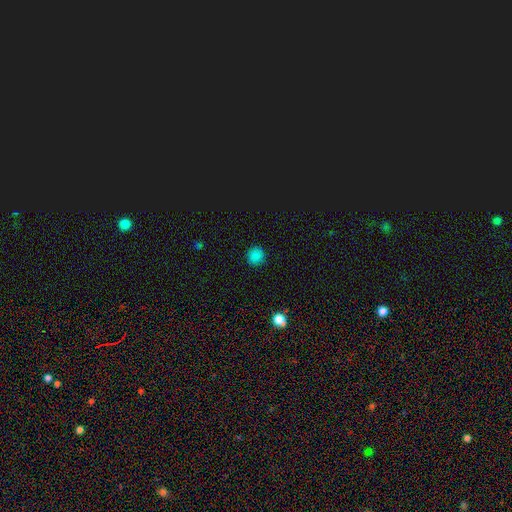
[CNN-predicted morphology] This appears to be a smooth galaxy with no disk features (82%) that is round (92%). Merging: none (90%).